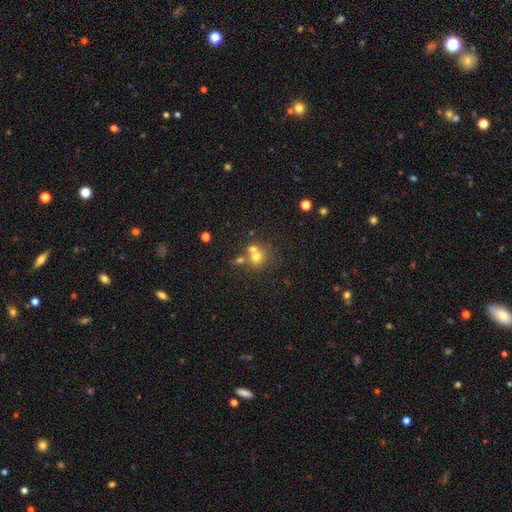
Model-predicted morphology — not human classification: Q: Smooth or featured?
A: smooth (64%); runner-up: star or artifact (18%)
Q: How rounded?
A: round (84%); runner-up: in between (15%)
Q: Merging?
A: none (45%); runner-up: merger (43%)